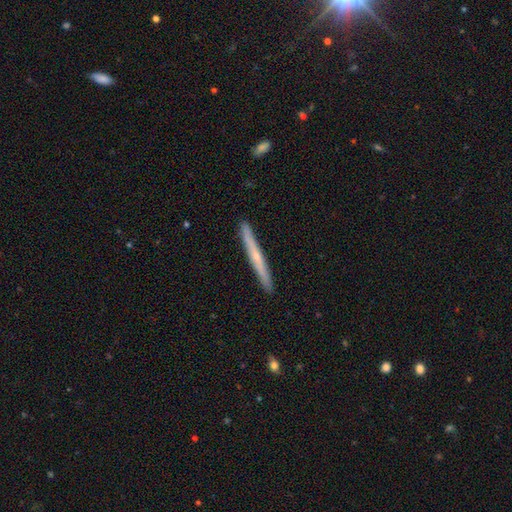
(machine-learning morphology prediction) Overall: featured or disk (54%; smooth 40%). Edge-on disk: yes (96%). Edge-on bulge: none (49%; rounded 48%). Merging: none (92%).